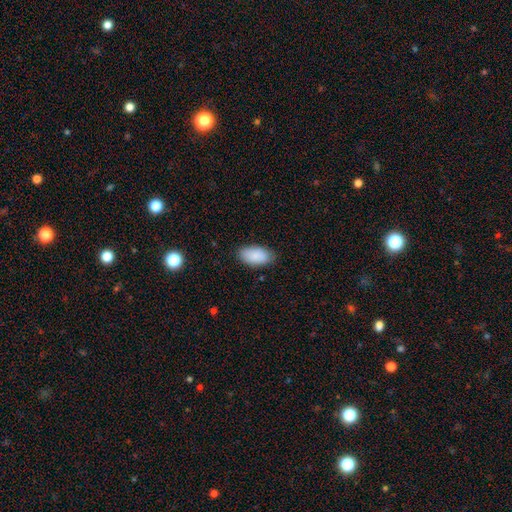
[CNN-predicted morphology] This is clearly a smooth galaxy (89%). How rounded: clearly in between (95%). Merging: clearly none (83%).